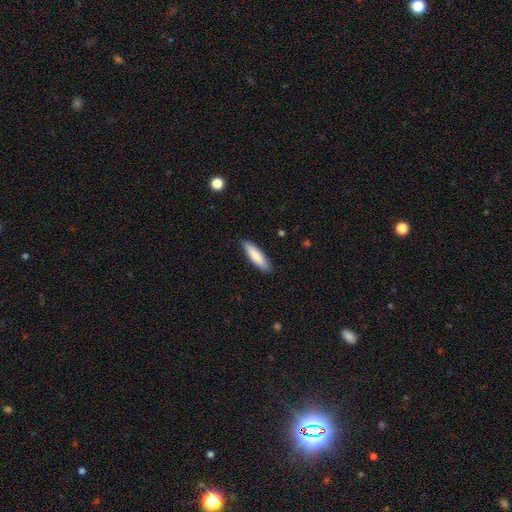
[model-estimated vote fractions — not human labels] Smooth or featured? Predicted: smooth (p=0.85). How rounded? Predicted: cigar-shaped (p=0.66). Merging? Predicted: none (p=0.88).